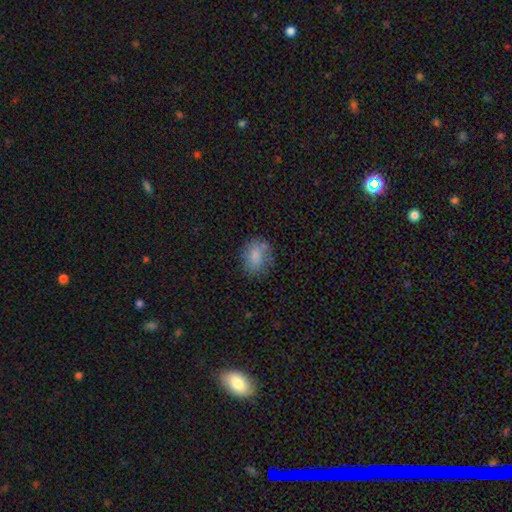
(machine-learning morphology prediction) This is likely a smooth galaxy (78%). How rounded: possibly in between (59%). Merging: likely none (64%).